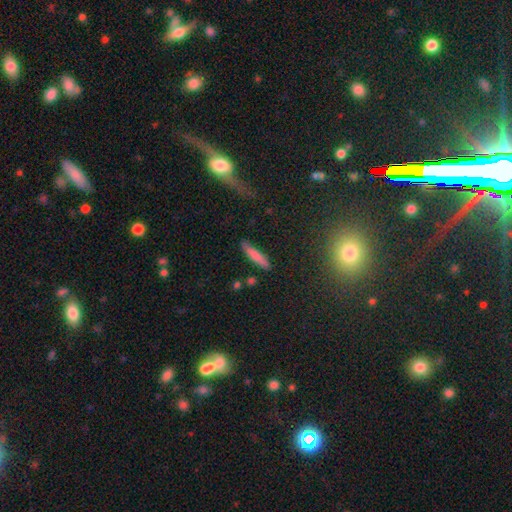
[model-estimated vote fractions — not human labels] Morphology: type=smooth (77%); roundness=cigar-shaped (88%); merging=none (84%).